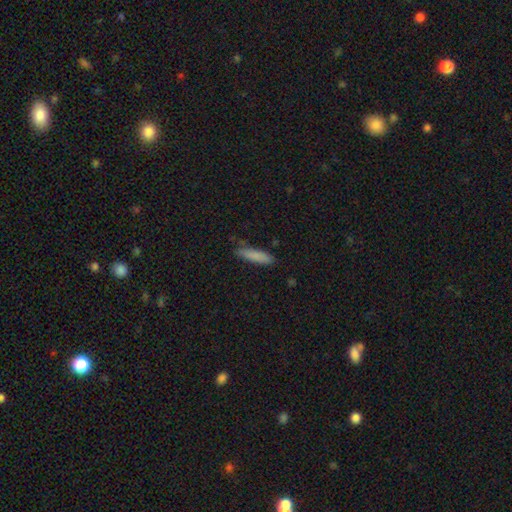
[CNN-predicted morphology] Q: Smooth or featured?
A: smooth (85%); runner-up: featured or disk (9%)
Q: How rounded?
A: cigar-shaped (78%); runner-up: in between (20%)
Q: Merging?
A: none (80%); runner-up: minor disturbance (16%)